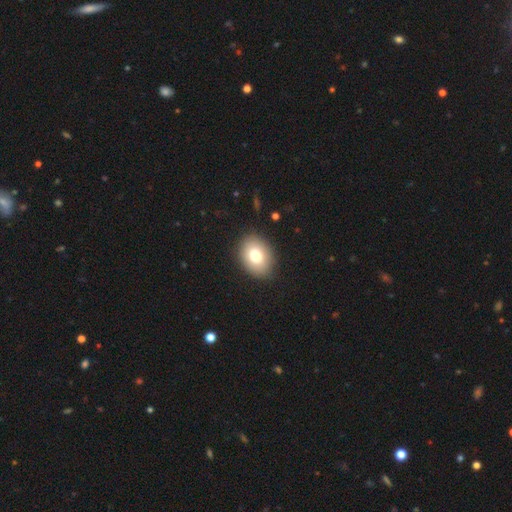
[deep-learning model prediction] smooth 78%, featured or disk 13%, star or artifact 9%. Down the decision tree: how rounded — in between (69%); merging — none (87%).